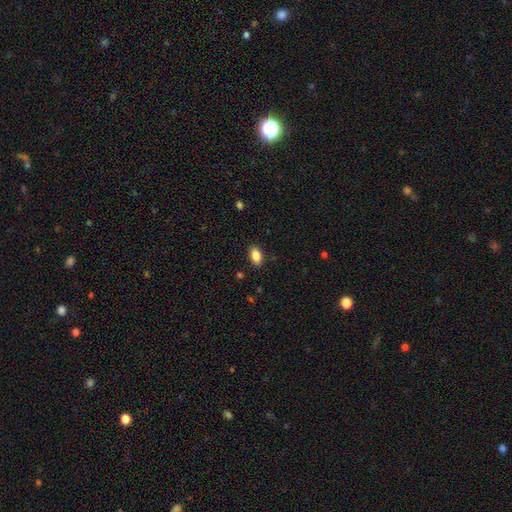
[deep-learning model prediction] Overall: smooth (87%). How rounded: in between (92%). Merging: none (88%).